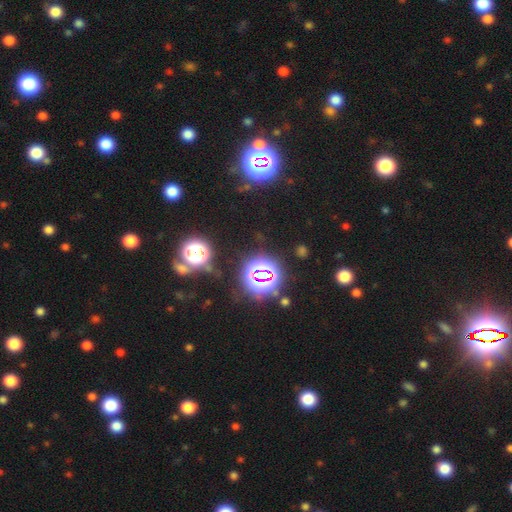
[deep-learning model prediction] smooth-or-featured: star or artifact: 81% | smooth: 13% | featured or disk: 6%